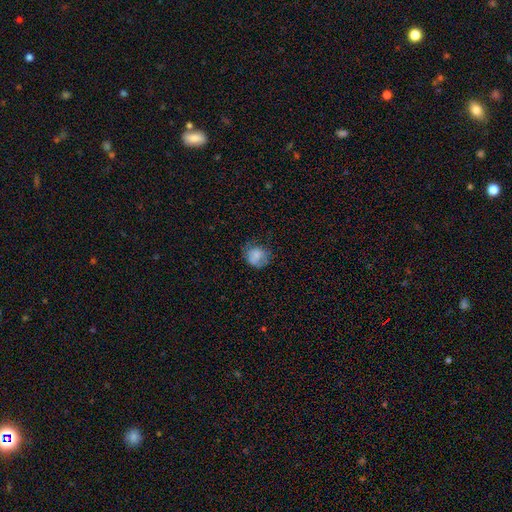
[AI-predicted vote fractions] Smooth or featured? Predicted: smooth (p=0.75). How rounded? Predicted: round (p=0.73). Merging? Predicted: none (p=0.57).